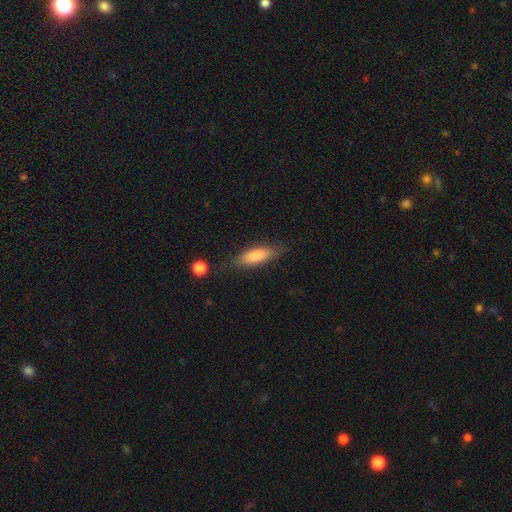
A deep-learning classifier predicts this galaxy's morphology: Smooth or featured? Predicted: smooth (p=0.82). How rounded? Predicted: in between (p=0.60). Merging? Predicted: none (p=0.77).